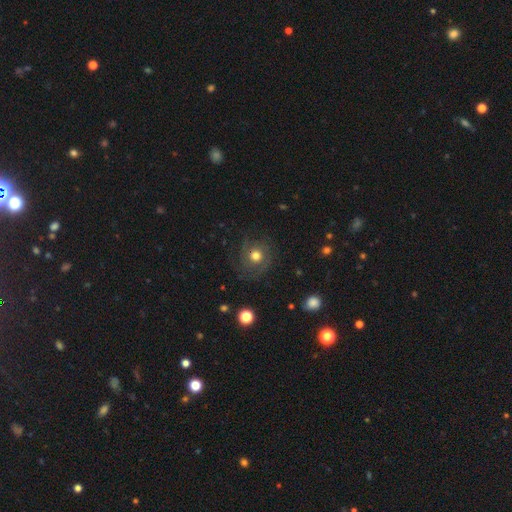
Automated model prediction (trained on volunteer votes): Smooth or featured? featured or disk (56%)
Edge-on disk? no (97%)
Bar? no (83%)
Spiral arms? yes (84%)
Bulge size? moderate (69%)
Merging? none (75%)